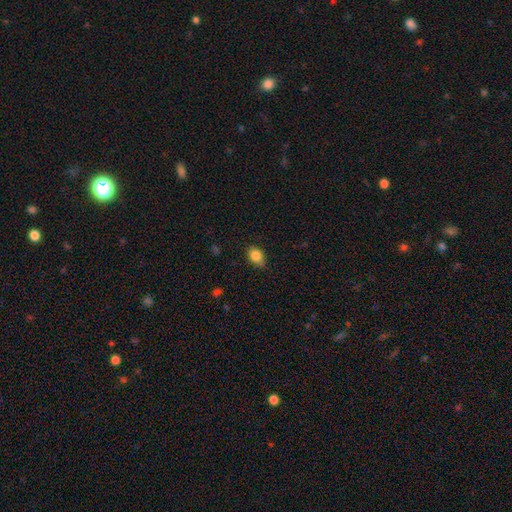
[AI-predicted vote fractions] Q: Smooth or featured?
A: smooth (85%); runner-up: star or artifact (9%)
Q: How rounded?
A: in between (71%); runner-up: round (28%)
Q: Merging?
A: none (72%); runner-up: minor disturbance (23%)